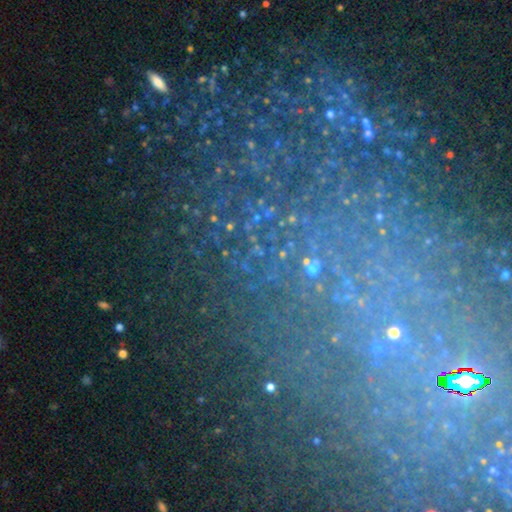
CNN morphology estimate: Smooth or featured? star or artifact (71%)